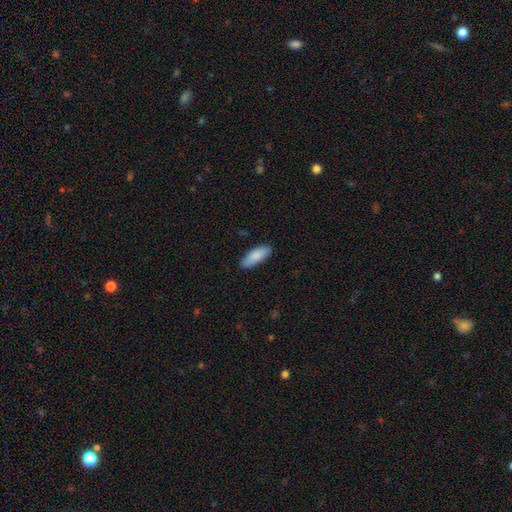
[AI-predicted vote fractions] Overall: smooth (87%). How rounded: in between (69%; cigar-shaped 29%). Merging: none (88%).